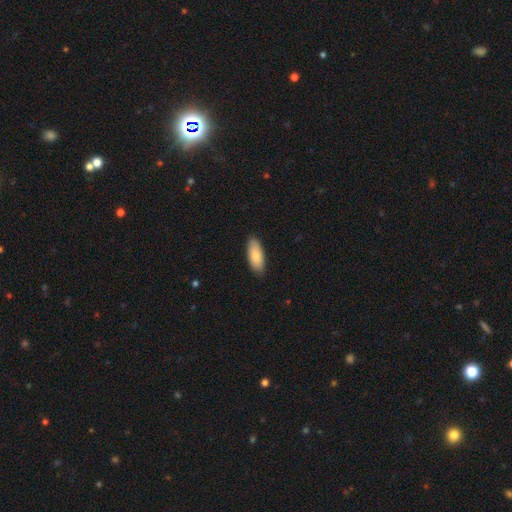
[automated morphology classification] smooth_or_featured: smooth (p=0.85) [alt: featured or disk p=0.10]
how_rounded: in between (p=0.82) [alt: cigar-shaped p=0.17]
merging: none (p=0.87) [alt: minor disturbance p=0.10]